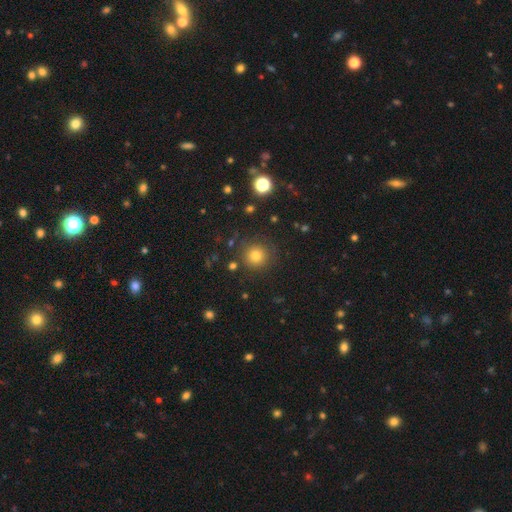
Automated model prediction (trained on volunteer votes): Smooth or featured? smooth (79%)
How rounded? round (94%)
Merging? none (86%)